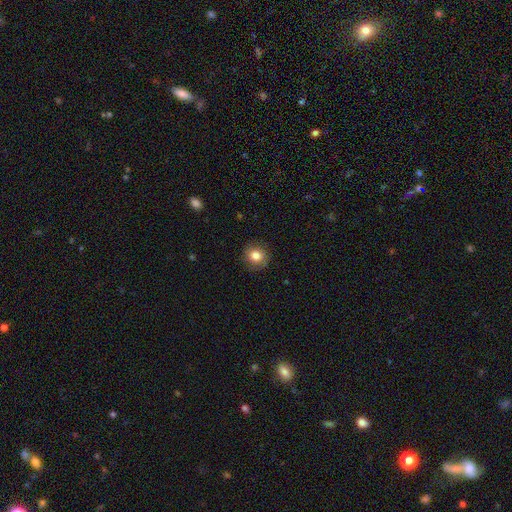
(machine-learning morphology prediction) Q: Smooth or featured?
A: smooth (82%); runner-up: star or artifact (10%)
Q: How rounded?
A: round (82%); runner-up: in between (17%)
Q: Merging?
A: none (85%); runner-up: minor disturbance (11%)